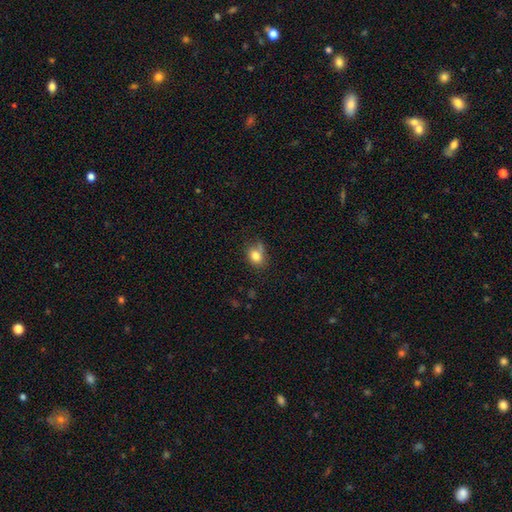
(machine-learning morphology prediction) This appears to be a smooth galaxy with no disk features (81%) that is in between round and cigar-shaped (51%). Merging: none (58%).